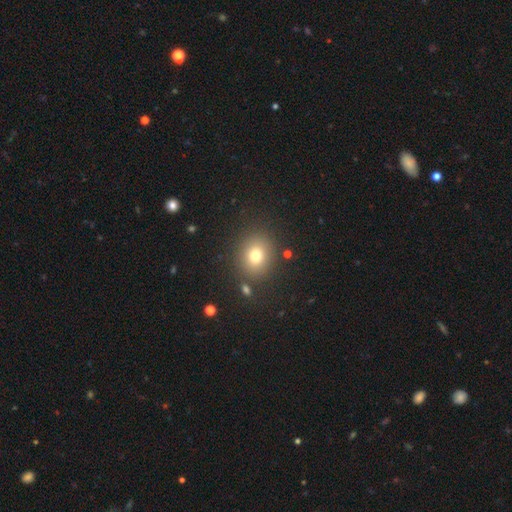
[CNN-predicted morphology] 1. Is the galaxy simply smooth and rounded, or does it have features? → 74% smooth, 16% star or artifact, 10% featured or disk.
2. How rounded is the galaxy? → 65% round, 34% in between, 1% cigar-shaped.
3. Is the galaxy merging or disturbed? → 85% none, 8% minor disturbance, 4% merger, 3% major disturbance.